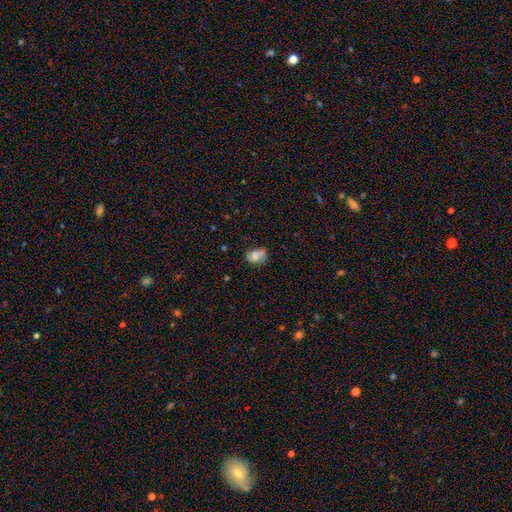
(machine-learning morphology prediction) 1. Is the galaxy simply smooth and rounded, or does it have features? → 65% smooth, 24% featured or disk, 11% star or artifact.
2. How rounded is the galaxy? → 62% in between, 37% round, 1% cigar-shaped.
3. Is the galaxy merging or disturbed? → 46% none, 23% minor disturbance, 22% merger, 9% major disturbance.